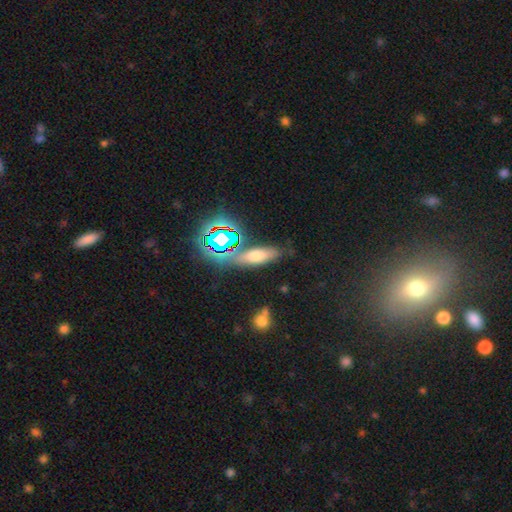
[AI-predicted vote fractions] This is possibly a smooth galaxy (54%). How rounded: possibly in between (48%). Merging: likely none (73%).